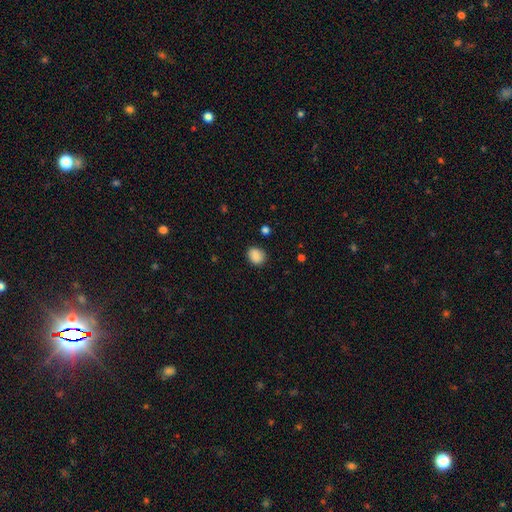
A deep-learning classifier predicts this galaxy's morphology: Smooth or featured?
  - smooth: 87% *
  - star or artifact: 9%
  - featured or disk: 5%
How rounded?
  - round: 61% *
  - in between: 38%
  - cigar-shaped: 1%
Merging?
  - none: 82% *
  - minor disturbance: 13%
  - major disturbance: 3%
  - merger: 2%